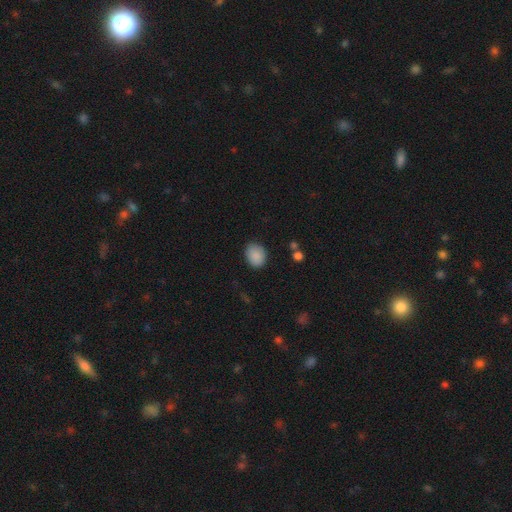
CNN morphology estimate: This is clearly a smooth galaxy (88%). How rounded: possibly in between (54%). Merging: clearly none (84%).